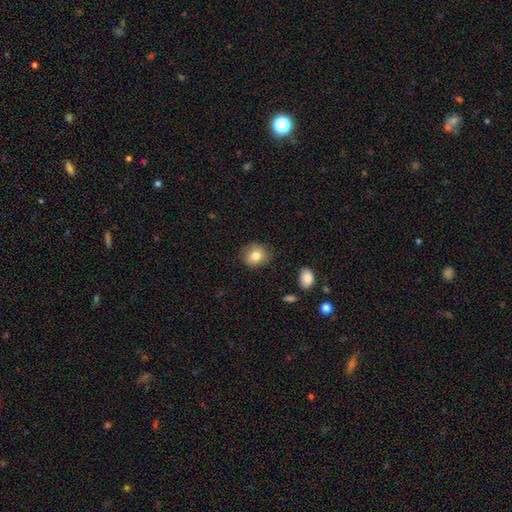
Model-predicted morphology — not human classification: Overall: smooth (81%). How rounded: round (73%). Merging: none (82%).